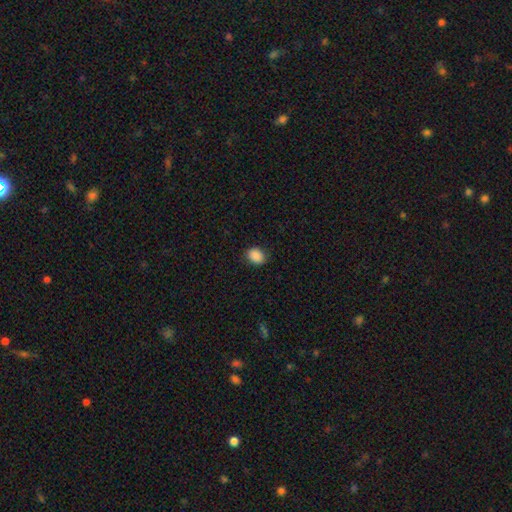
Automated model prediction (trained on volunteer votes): This appears to be a smooth galaxy with no disk features (88%) that is in between round and cigar-shaped (59%). Merging: none (84%).